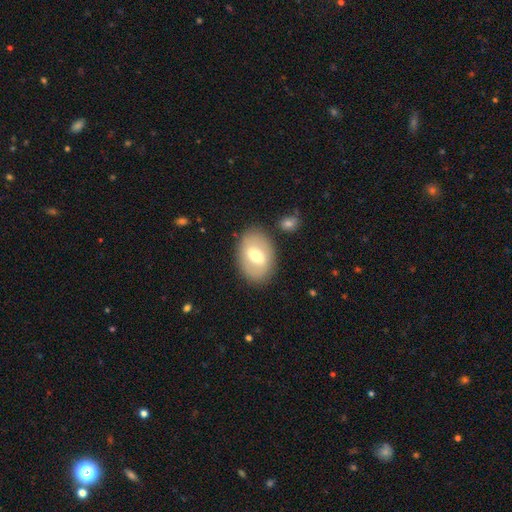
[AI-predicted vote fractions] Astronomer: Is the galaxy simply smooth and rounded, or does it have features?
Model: smooth — 55% (runner-up: featured or disk, 39%).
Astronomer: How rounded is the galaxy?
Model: in between — 84%.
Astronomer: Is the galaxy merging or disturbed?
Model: none — 81%.